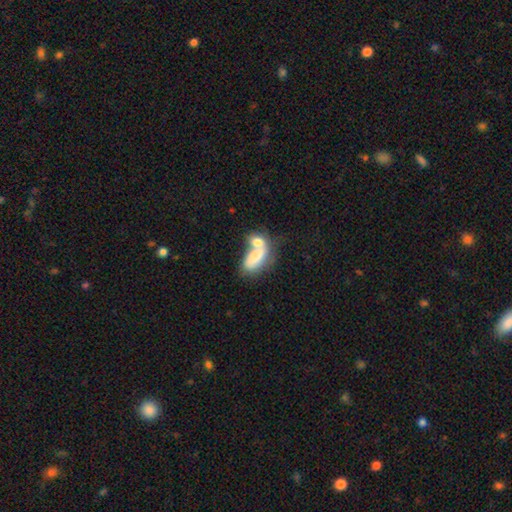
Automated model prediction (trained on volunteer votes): Q: Smooth or featured?
A: smooth (71%); runner-up: featured or disk (22%)
Q: How rounded?
A: in between (85%); runner-up: cigar-shaped (9%)
Q: Merging?
A: merger (67%); runner-up: none (17%)